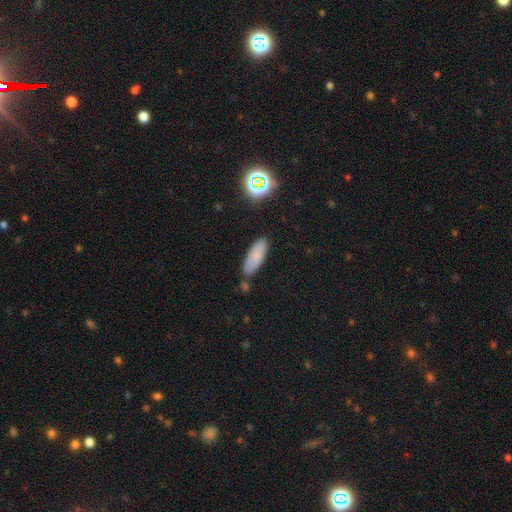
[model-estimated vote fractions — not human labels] The model was most divided on "how rounded": in between: 66%, cigar-shaped: 31%, round: 2%. More confident: merging — none (78%); smooth or featured — smooth (75%).